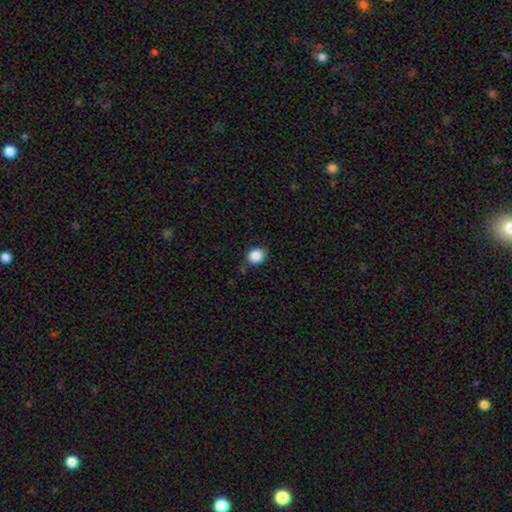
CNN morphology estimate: Smooth or featured: smooth — 87% (star or artifact — 10%)
How rounded: round — 65% (in between — 34%)
Merging: none — 83% (minor disturbance — 12%)